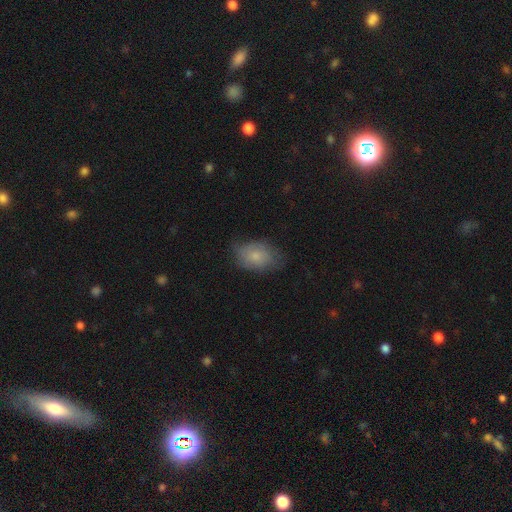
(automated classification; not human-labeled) Smooth or featured: smooth — 73% (featured or disk — 20%)
How rounded: in between — 84% (round — 15%)
Merging: none — 61% (minor disturbance — 30%)